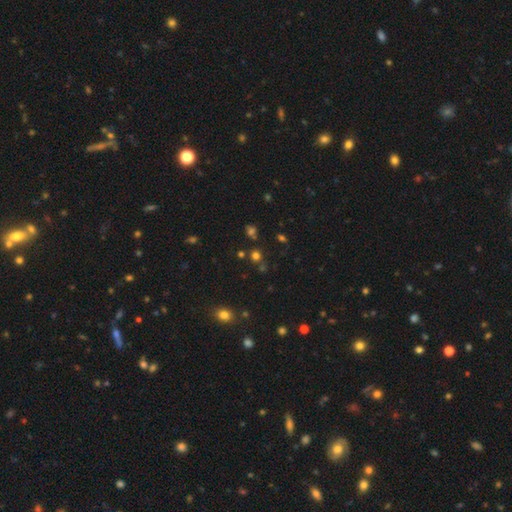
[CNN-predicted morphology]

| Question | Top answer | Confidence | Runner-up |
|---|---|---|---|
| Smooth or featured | smooth | 59% | star or artifact (35%) |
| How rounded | round | 86% | in between (13%) |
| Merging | none | 76% | merger (12%) |